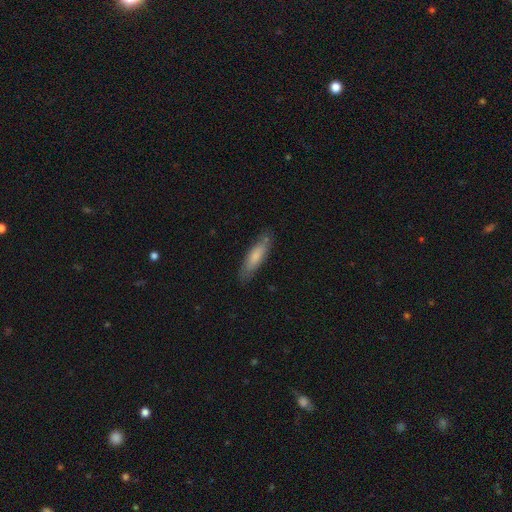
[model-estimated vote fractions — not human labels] Smooth or featured? Predicted: smooth (p=0.72). How rounded? Predicted: cigar-shaped (p=0.67). Merging? Predicted: none (p=0.78).